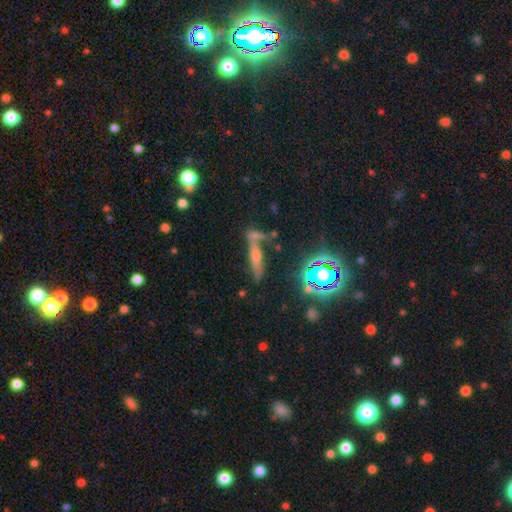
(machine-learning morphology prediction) featured or disk 45%, smooth 31%, star or artifact 24%. Down the decision tree: merging — none (64%).